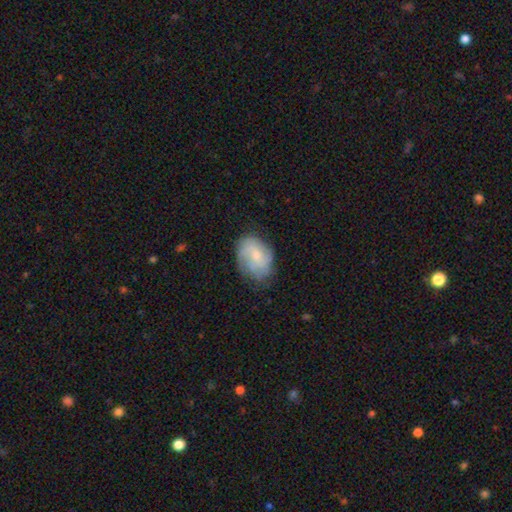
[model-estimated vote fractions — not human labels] This is possibly a featured or disk galaxy (51%). It is clearly not viewed edge-on (97%). Merging: likely none (66%).